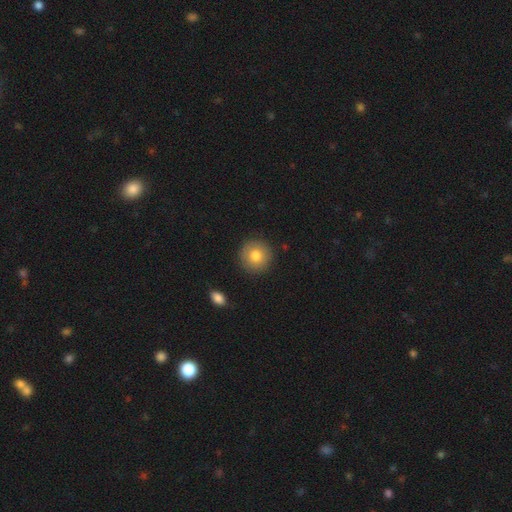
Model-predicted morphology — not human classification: smooth-or-featured: smooth: 81% | featured or disk: 11% | star or artifact: 8%
  how-rounded: round: 94% | in between: 5% | cigar-shaped: 1%
  merging: none: 90% | minor disturbance: 7% | major disturbance: 2% | merger: 1%